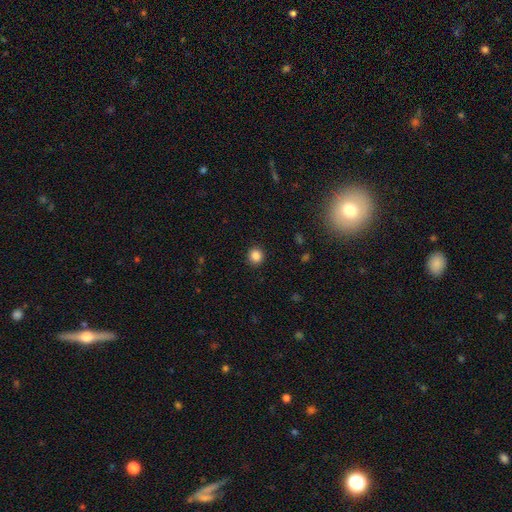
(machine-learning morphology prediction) Smooth or featured? Predicted: smooth (p=0.85). How rounded? Predicted: round (p=0.89). Merging? Predicted: none (p=0.91).